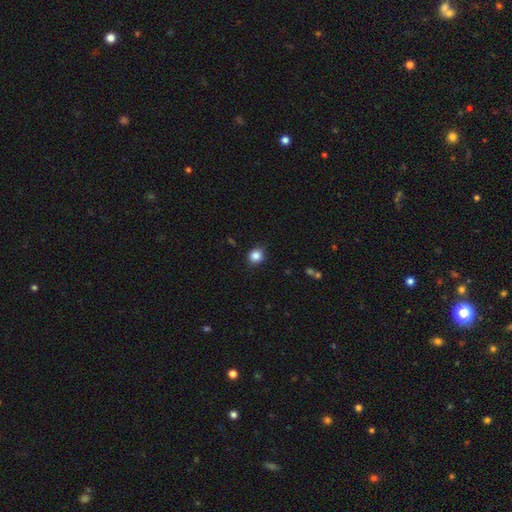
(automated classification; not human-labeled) This appears to be a smooth galaxy with no disk features (85%) that is round (78%). Merging: none (86%).